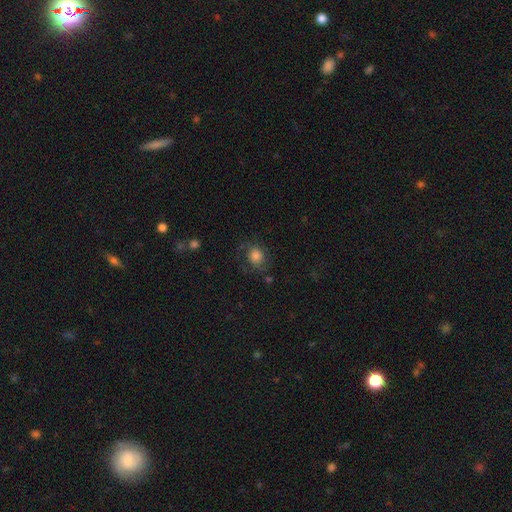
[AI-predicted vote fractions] smooth-or-featured: smooth: 68% | featured or disk: 21% | star or artifact: 11%
  how-rounded: round: 75% | in between: 24% | cigar-shaped: 1%
  merging: none: 63% | minor disturbance: 20% | major disturbance: 14% | merger: 2%